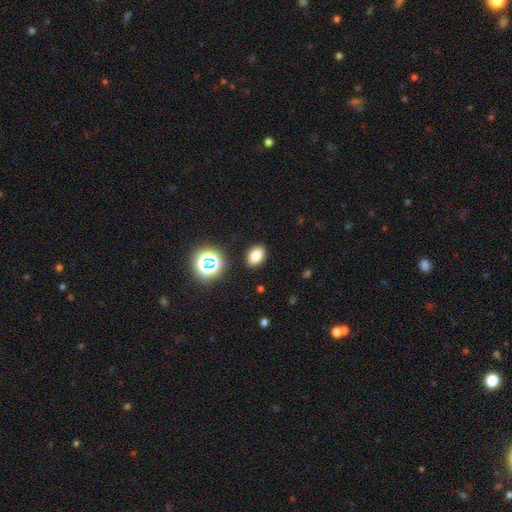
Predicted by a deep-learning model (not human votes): Overall: smooth (76%). How rounded: in between (81%). Merging: none (87%).